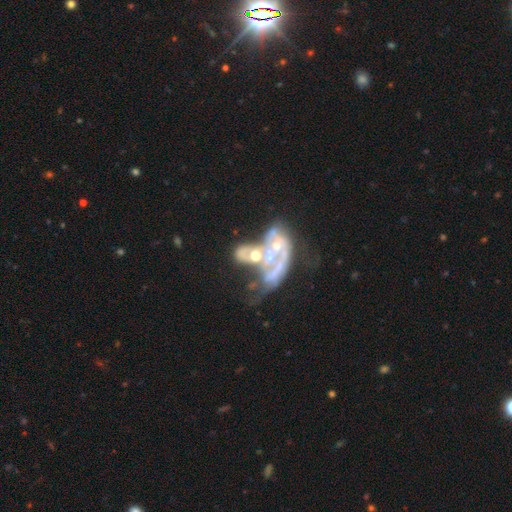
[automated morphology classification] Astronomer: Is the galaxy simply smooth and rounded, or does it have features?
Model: featured or disk — 69%.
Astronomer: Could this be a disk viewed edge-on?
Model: no — 97%.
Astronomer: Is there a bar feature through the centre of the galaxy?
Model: no — 88%.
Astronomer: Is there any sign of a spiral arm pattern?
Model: no — 80%.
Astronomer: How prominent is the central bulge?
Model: moderate — 39% (runner-up: none, 30%).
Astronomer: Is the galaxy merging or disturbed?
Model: merger — 62%.